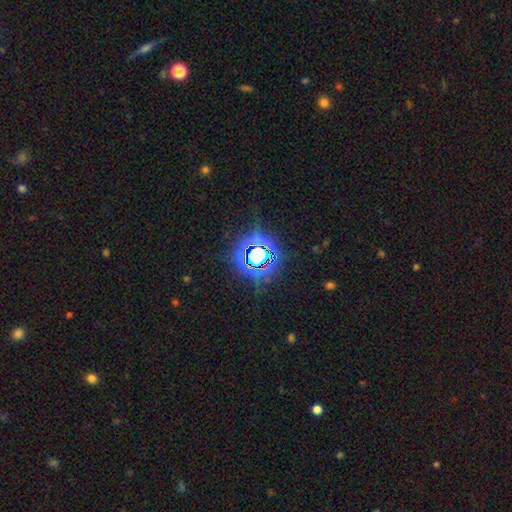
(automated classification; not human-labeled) Morphology: type=star or artifact (77%).